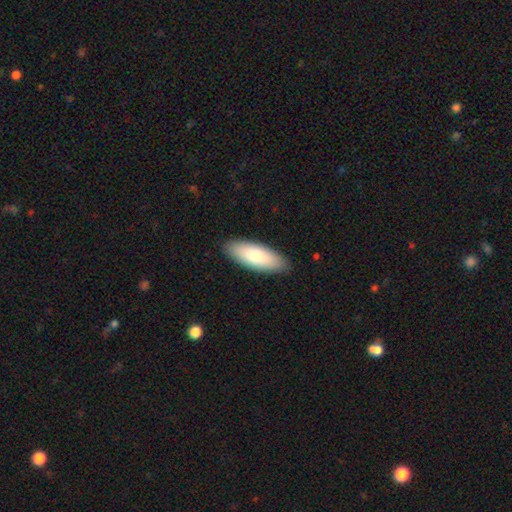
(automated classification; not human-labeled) The model was most divided on "how rounded": in between: 74%, cigar-shaped: 24%, round: 2%. More confident: merging — none (88%); smooth or featured — smooth (83%).